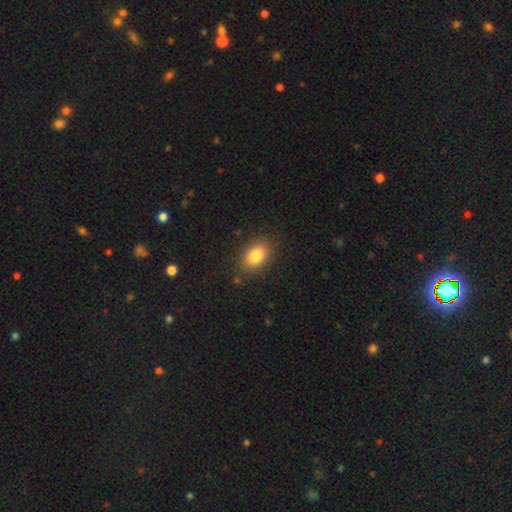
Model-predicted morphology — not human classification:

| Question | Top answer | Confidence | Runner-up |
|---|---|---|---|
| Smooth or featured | smooth | 84% | star or artifact (9%) |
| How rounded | in between | 82% | round (17%) |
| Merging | none | 85% | minor disturbance (10%) |